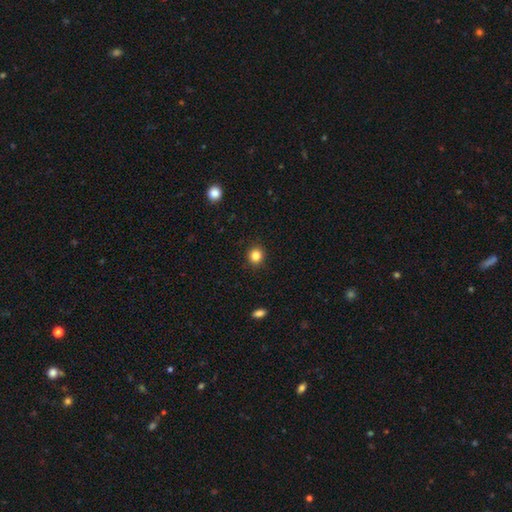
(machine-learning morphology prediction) smooth 85%, star or artifact 11%, featured or disk 4%. Down the decision tree: how rounded — round (87%); merging — none (90%).